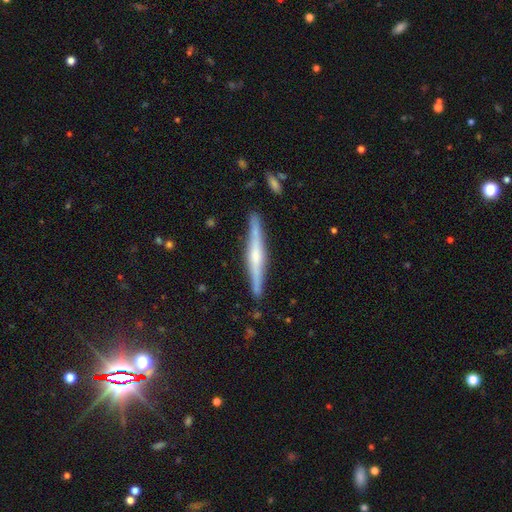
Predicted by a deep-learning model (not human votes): smooth-or-featured: featured or disk: 71% | smooth: 23% | star or artifact: 6%
  disk-edge-on: yes: 97% | no: 3%
    edge-on-bulge: rounded: 62% | boxy: 23% | none: 16%
  merging: none: 88% | minor disturbance: 9% | merger: 2% | major disturbance: 2%